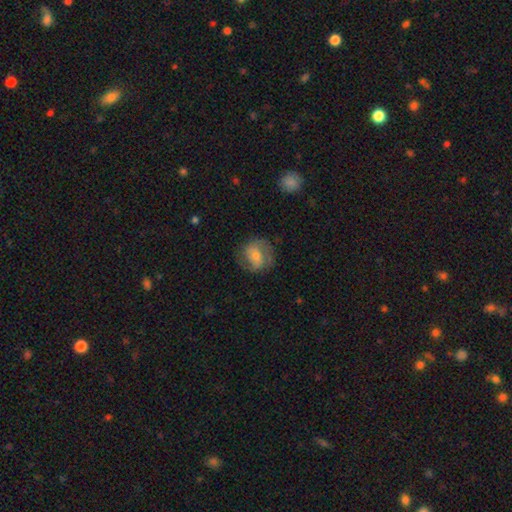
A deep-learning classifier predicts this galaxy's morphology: This is possibly a featured or disk galaxy (53%). It is clearly not viewed edge-on (97%). Bar: marginally weak (44%). Spiral arm pattern: clearly yes (81%). Central bulge: possibly moderate (47%). Merging: likely none (70%).